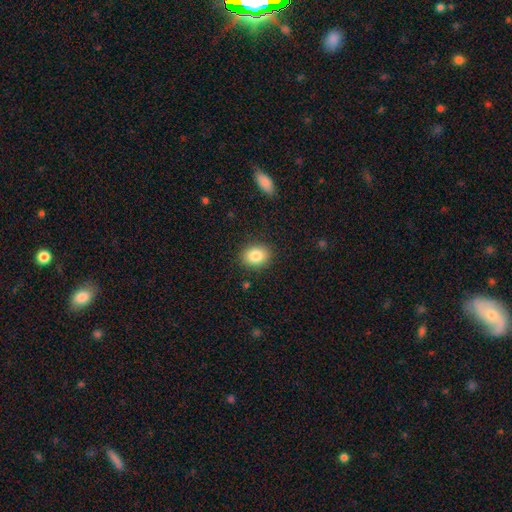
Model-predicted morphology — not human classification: A smooth galaxy with no disk features (84%) that is in between round and cigar-shaped (53%).

Vote fractions:
- Smooth or featured? smooth: 84% / star or artifact: 8% / featured or disk: 7%
- How rounded? in between: 53% / round: 46% / cigar-shaped: 1%
- Merging? none: 88% / minor disturbance: 8% / major disturbance: 3% / merger: 1%